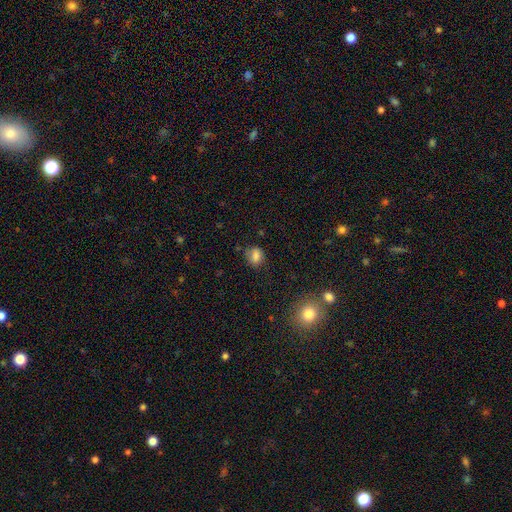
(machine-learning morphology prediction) A smooth galaxy with no disk features (79%) that is in between round and cigar-shaped (51%). Merging: none (65%).